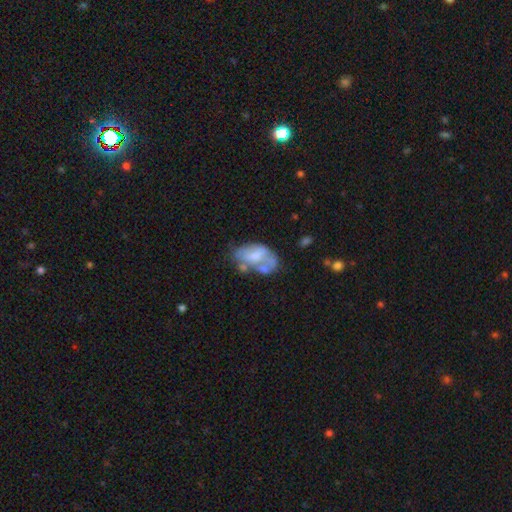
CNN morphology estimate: This appears to be a featured or disk galaxy (49%). Merging: none (31%).